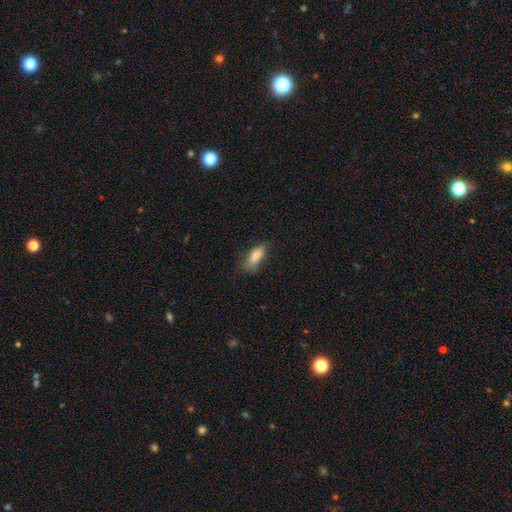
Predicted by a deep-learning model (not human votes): This appears to be a smooth galaxy with no disk features (80%) that is in between round and cigar-shaped (76%). Merging: none (70%).